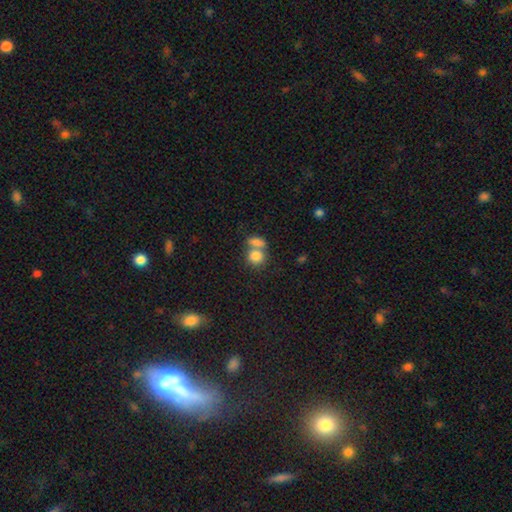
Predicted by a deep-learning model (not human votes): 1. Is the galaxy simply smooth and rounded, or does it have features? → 82% smooth, 9% star or artifact, 9% featured or disk.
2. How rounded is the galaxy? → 67% round, 31% in between, 2% cigar-shaped.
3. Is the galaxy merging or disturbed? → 49% merger, 39% none, 8% minor disturbance, 4% major disturbance.